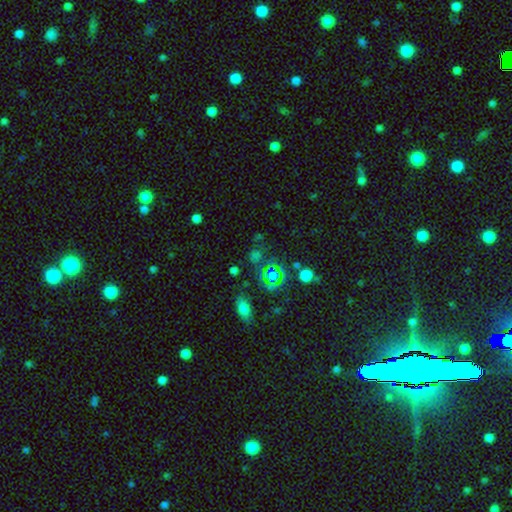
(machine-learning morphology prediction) A star or artifact, not a galaxy (52%).

Vote fractions:
- Smooth or featured? star or artifact: 52% / smooth: 39% / featured or disk: 10%